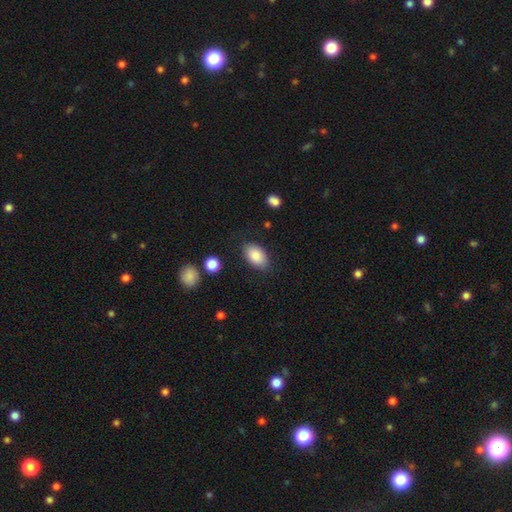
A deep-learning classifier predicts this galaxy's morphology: Overall: smooth (87%). How rounded: in between (93%). Merging: none (83%).